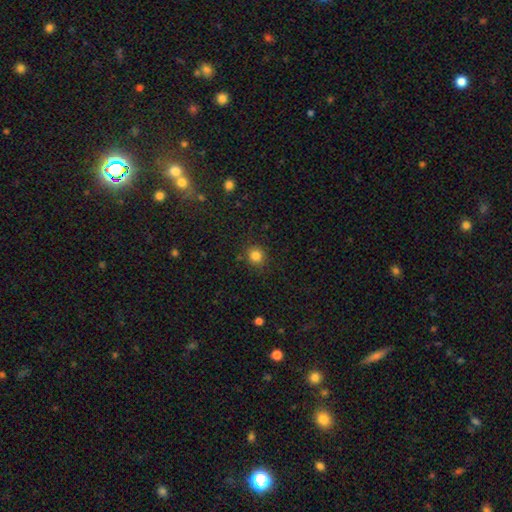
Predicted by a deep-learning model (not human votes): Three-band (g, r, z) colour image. It shows a smooth galaxy with no disk features (83%) that is round (89%). Merging: none (88%).